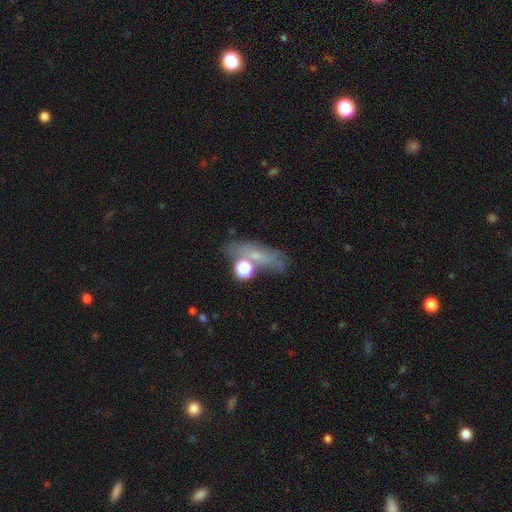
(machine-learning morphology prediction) Q: Smooth or featured?
A: smooth (51%); runner-up: featured or disk (28%)
Q: How rounded?
A: in between (52%); runner-up: cigar-shaped (26%)
Q: Merging?
A: none (53%); runner-up: minor disturbance (18%)